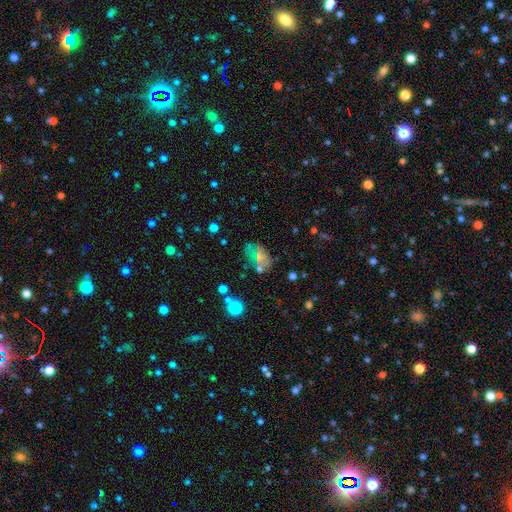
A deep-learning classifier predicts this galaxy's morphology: smooth 54%, featured or disk 27%, star or artifact 18%. Down the decision tree: how rounded — in between (83%); merging — none (50%).